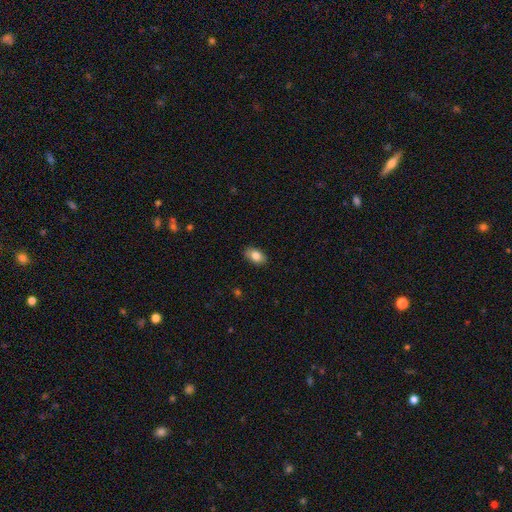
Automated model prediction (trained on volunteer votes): smooth_or_featured: smooth (p=0.83) [alt: featured or disk p=0.10]
how_rounded: in between (p=0.89) [alt: round p=0.09]
merging: none (p=0.87) [alt: minor disturbance p=0.10]